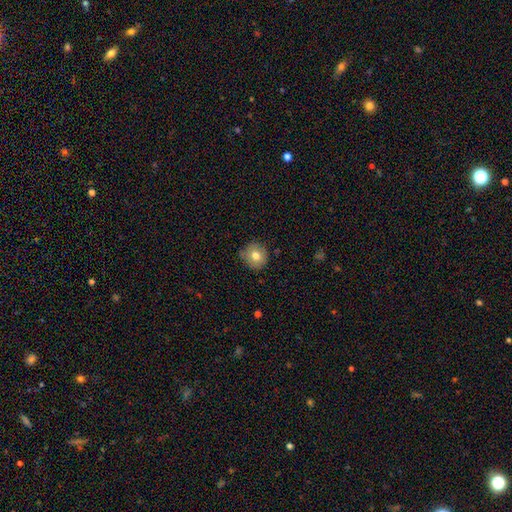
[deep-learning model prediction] smooth-or-featured: smooth: 77% | featured or disk: 13% | star or artifact: 10%
  how-rounded: round: 93% | in between: 6% | cigar-shaped: 1%
  merging: none: 83% | minor disturbance: 14% | major disturbance: 2% | merger: 1%